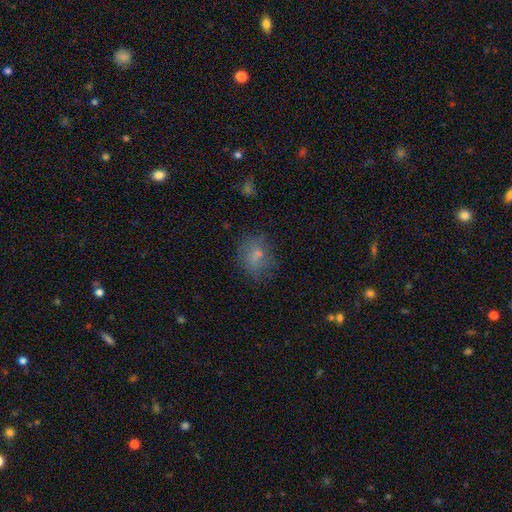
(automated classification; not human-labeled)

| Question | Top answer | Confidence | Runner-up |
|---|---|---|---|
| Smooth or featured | smooth | 69% | featured or disk (18%) |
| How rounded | round | 52% | in between (47%) |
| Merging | none | 66% | minor disturbance (21%) |